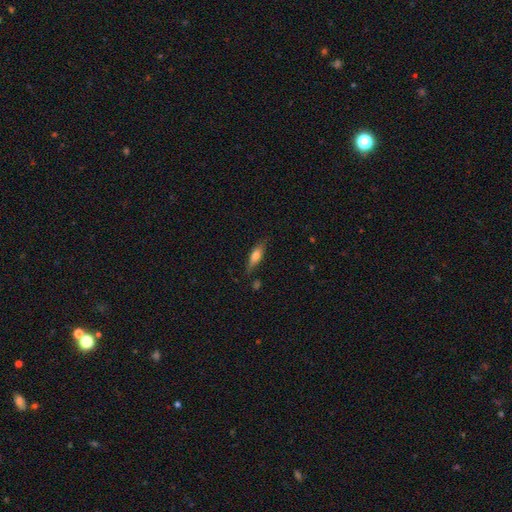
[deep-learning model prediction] smooth 58%, featured or disk 35%, star or artifact 7%. Down the decision tree: how rounded — cigar-shaped (54%); merging — none (76%).